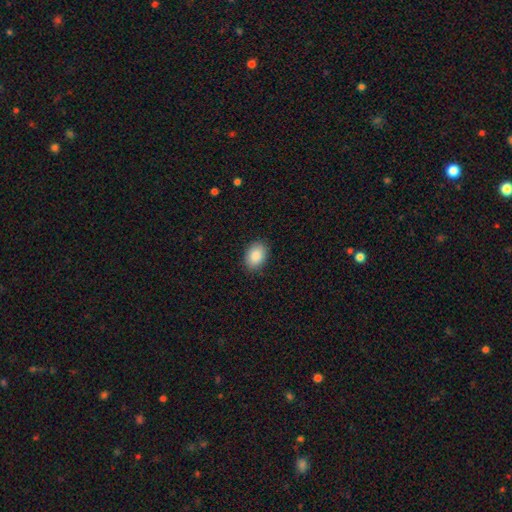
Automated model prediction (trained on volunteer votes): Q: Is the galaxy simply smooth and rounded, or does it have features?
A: smooth — 88%.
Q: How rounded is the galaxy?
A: in between — 81%.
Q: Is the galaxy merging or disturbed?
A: none — 88%.